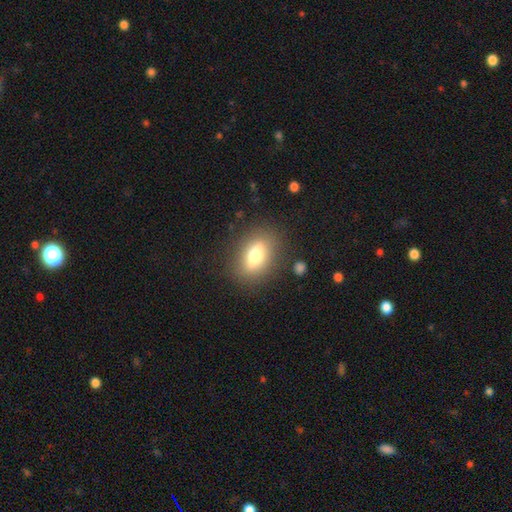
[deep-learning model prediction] A smooth galaxy with no disk features (64%) that is in between round and cigar-shaped (73%). Merging: none (84%).